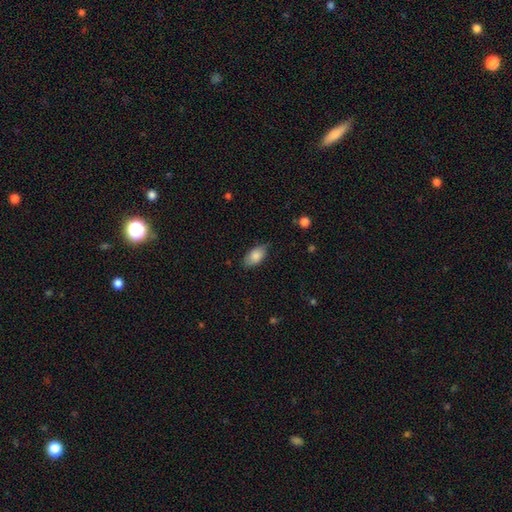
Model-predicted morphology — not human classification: smooth-or-featured: smooth: 82% | featured or disk: 12% | star or artifact: 7%
  how-rounded: in between: 93% | round: 4% | cigar-shaped: 4%
  merging: none: 72% | minor disturbance: 23% | major disturbance: 4% | merger: 1%